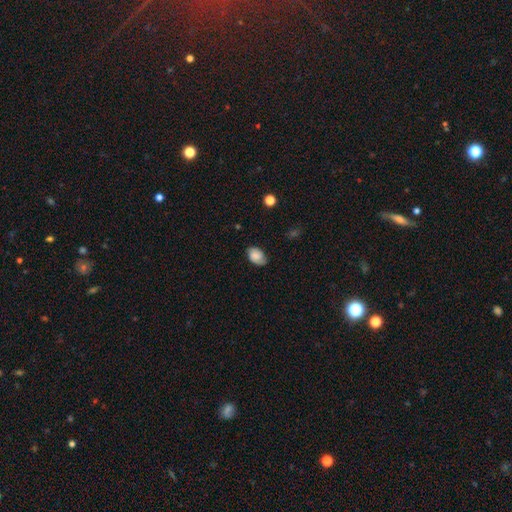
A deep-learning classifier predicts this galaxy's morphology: This is likely a smooth galaxy (72%). How rounded: clearly in between (84%). Merging: likely none (72%).